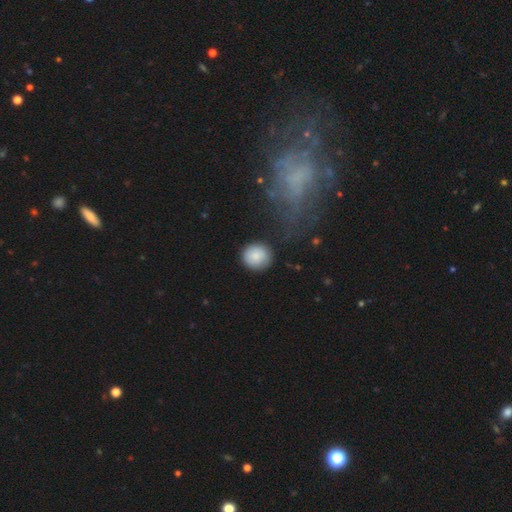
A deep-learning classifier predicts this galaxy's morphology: Smooth or featured: smooth — 87% (star or artifact — 7%)
How rounded: round — 90% (in between — 9%)
Merging: none — 86% (minor disturbance — 10%)